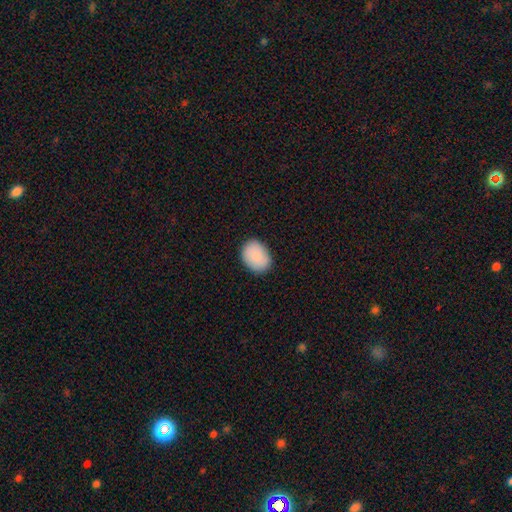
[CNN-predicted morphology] Overall: smooth (88%). How rounded: in between (63%; round 36%). Merging: none (85%).